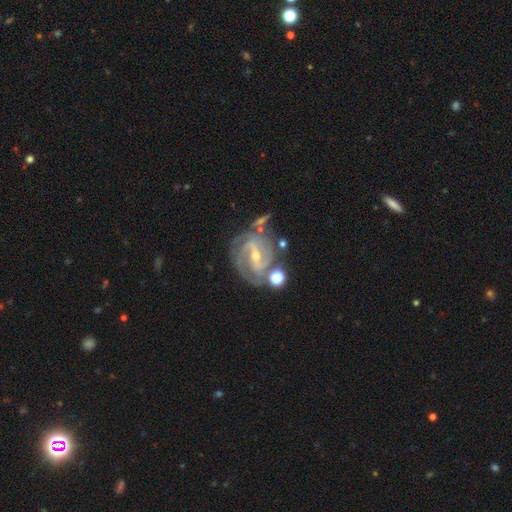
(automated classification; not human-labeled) Overall: featured or disk (89%). Edge-on disk: no (97%). Bar: strong (49%; weak 38%). Spiral arms: yes (97%). Spiral arm count: 2 (56%; 3 21%). Spiral winding: tight (53%; medium 40%). Bulge size: small (61%; moderate 36%). Merging: none (64%).